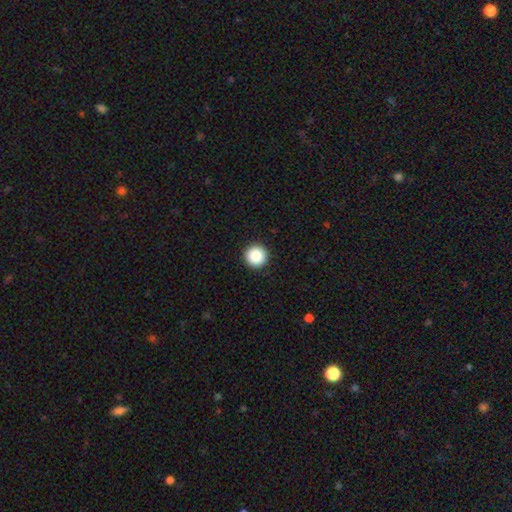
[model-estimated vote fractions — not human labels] smooth_or_featured: smooth (p=0.88) [alt: star or artifact p=0.09]
how_rounded: round (p=0.97) [alt: in between p=0.02]
merging: none (p=0.94) [alt: minor disturbance p=0.04]